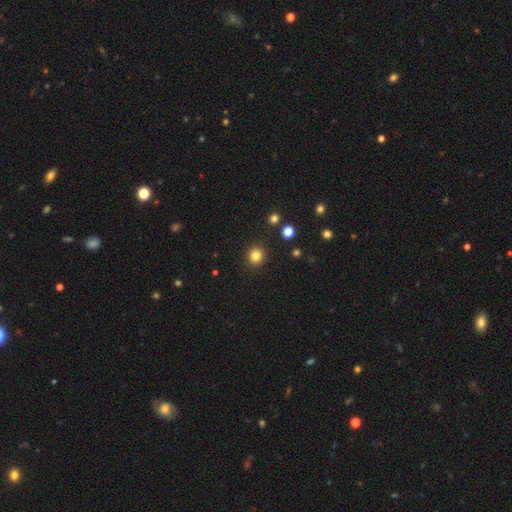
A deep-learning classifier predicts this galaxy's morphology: This appears to be a smooth galaxy with no disk features (83%) that is round (93%). Merging: none (92%).